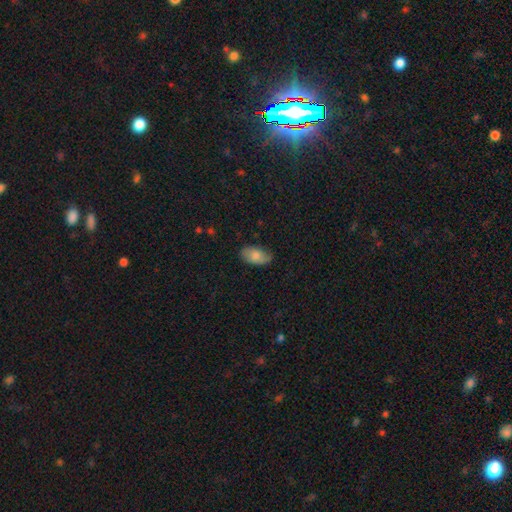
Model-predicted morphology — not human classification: Smooth or featured? Predicted: smooth (p=0.77). How rounded? Predicted: in between (p=0.94). Merging? Predicted: none (p=0.78).